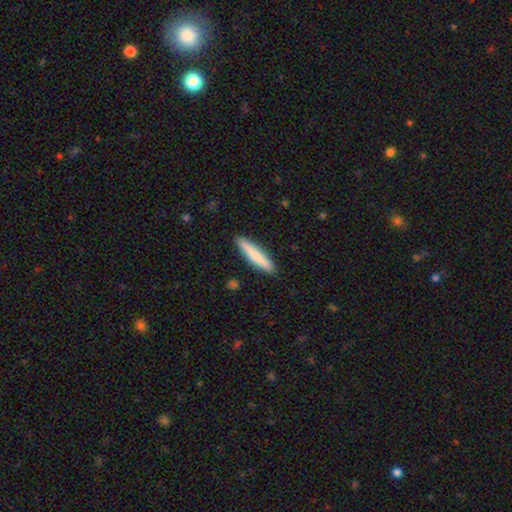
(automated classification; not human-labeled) smooth_or_featured: smooth (p=0.77) [alt: featured or disk p=0.17]
how_rounded: cigar-shaped (p=0.90) [alt: in between p=0.08]
merging: none (p=0.90) [alt: minor disturbance p=0.07]